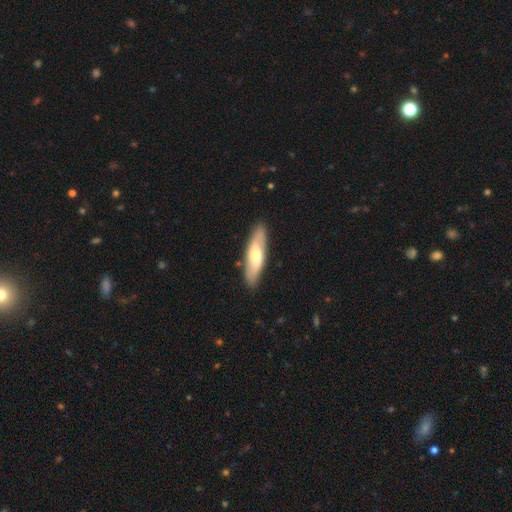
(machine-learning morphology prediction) Smooth or featured: smooth — 52% (featured or disk — 43%)
How rounded: cigar-shaped — 55% (in between — 43%)
Merging: none — 86% (minor disturbance — 10%)